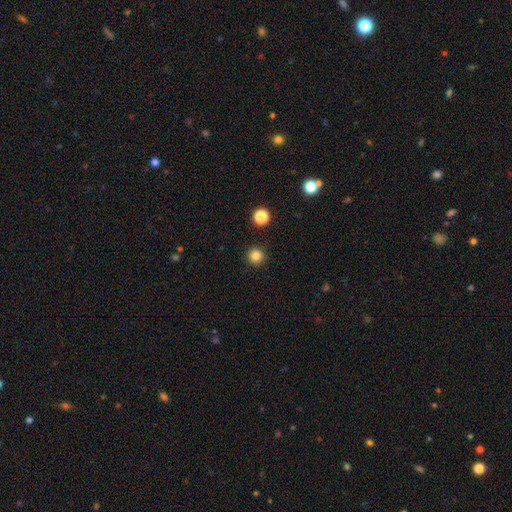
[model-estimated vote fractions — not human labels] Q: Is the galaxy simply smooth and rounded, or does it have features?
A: smooth — 84%.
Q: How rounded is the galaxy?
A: round — 96%.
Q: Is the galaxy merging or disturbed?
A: none — 92%.